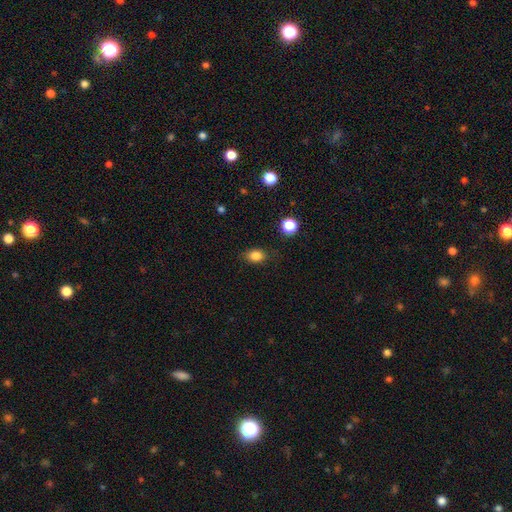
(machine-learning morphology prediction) Overall: smooth (83%). How rounded: in between (71%). Merging: none (80%).